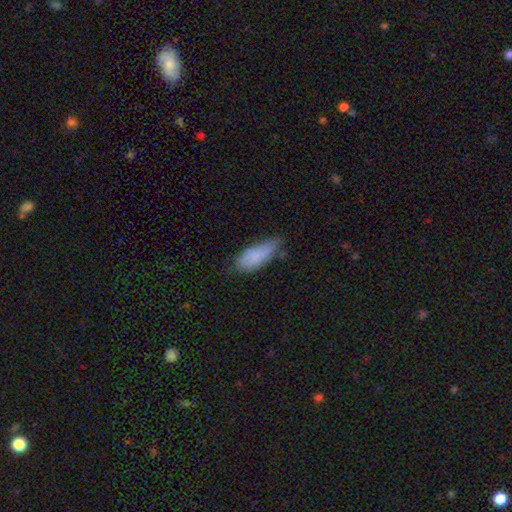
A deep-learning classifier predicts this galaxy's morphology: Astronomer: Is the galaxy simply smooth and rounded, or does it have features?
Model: smooth — 84%.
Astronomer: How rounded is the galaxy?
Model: in between — 78%.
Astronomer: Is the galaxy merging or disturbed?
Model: none — 46% (runner-up: minor disturbance, 40%).